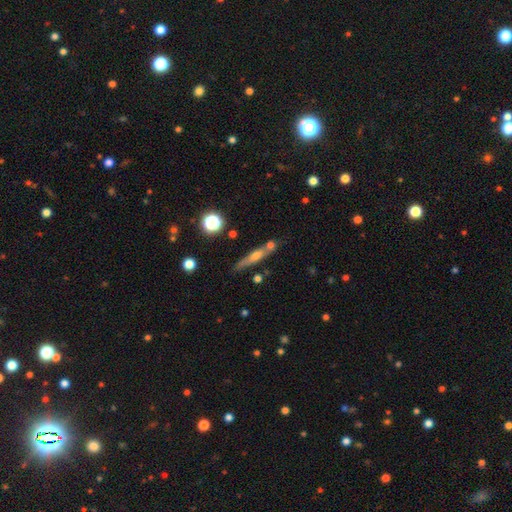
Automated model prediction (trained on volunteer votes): smooth-or-featured: featured or disk: 50% | smooth: 40% | star or artifact: 10%
  disk-edge-on: yes: 89% | no: 11%
  merging: none: 71% | minor disturbance: 14% | merger: 11% | major disturbance: 4%